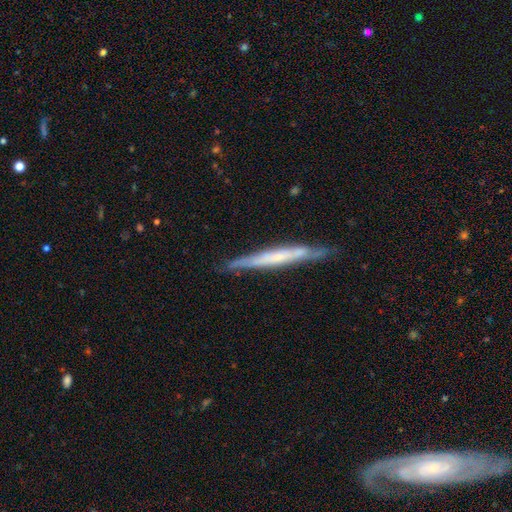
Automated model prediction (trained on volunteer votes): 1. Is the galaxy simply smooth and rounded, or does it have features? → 61% featured or disk, 32% smooth, 7% star or artifact.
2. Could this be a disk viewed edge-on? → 94% yes, 6% no.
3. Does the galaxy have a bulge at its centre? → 64% none, 24% rounded, 11% boxy.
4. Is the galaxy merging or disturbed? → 83% none, 13% minor disturbance, 2% major disturbance, 2% merger.